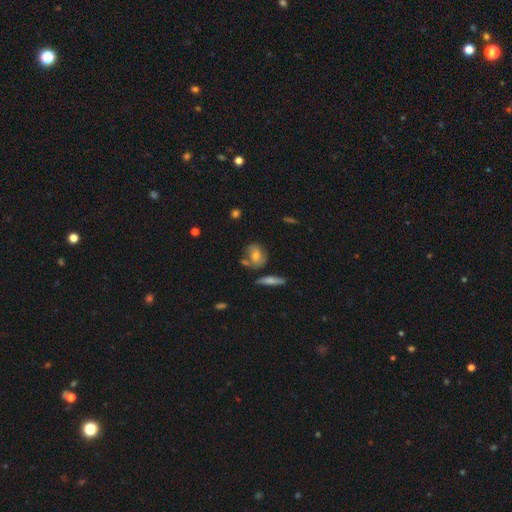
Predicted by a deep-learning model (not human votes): A smooth galaxy with no disk features (51%) that is in between round and cigar-shaped (49%). Merging: none (59%).